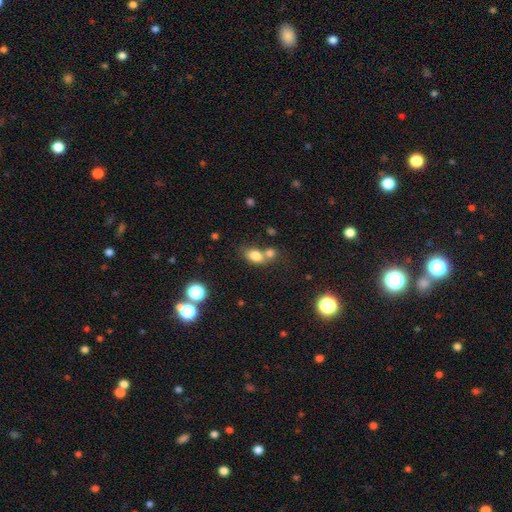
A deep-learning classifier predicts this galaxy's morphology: This appears to be a smooth galaxy with no disk features (78%) that is in between round and cigar-shaped (75%). Merging: merger (45%).